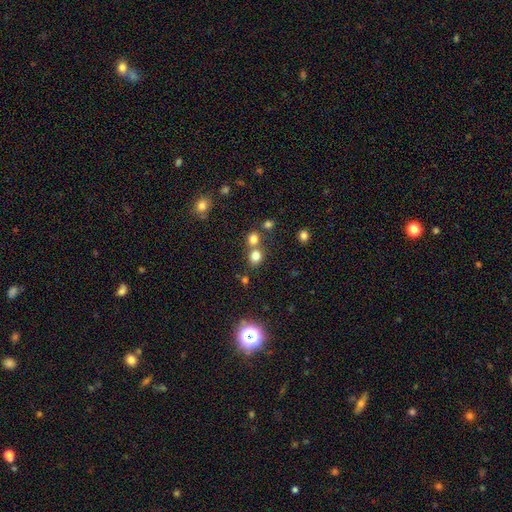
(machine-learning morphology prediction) smooth_or_featured: smooth (p=0.75) [alt: star or artifact p=0.17]
how_rounded: round (p=0.74) [alt: in between p=0.25]
merging: none (p=0.55) [alt: merger p=0.33]